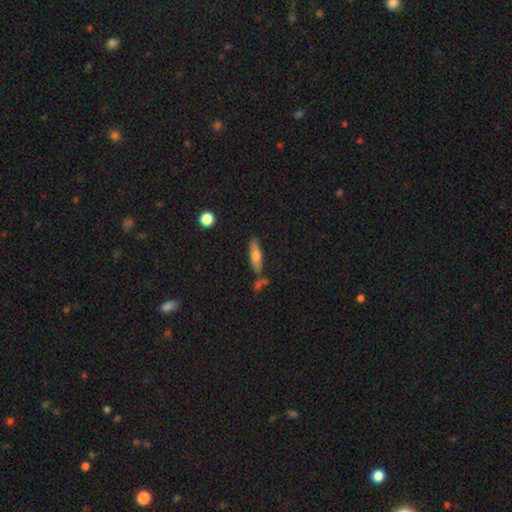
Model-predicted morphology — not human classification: The model was most divided on "how rounded": cigar-shaped: 64%, in between: 33%, round: 3%. More confident: merging — none (70%); smooth or featured — smooth (64%).